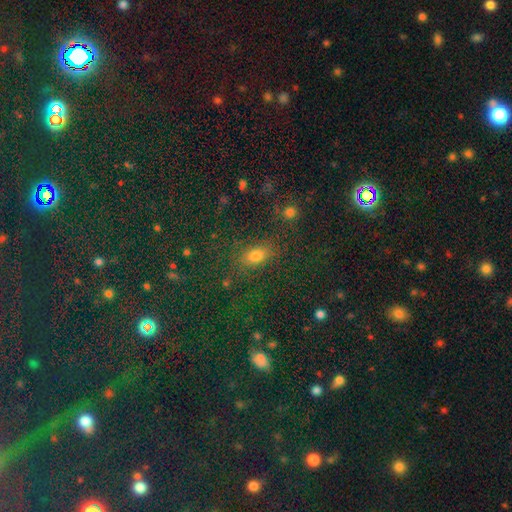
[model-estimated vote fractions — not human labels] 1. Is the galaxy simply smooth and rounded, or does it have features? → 61% smooth, 30% star or artifact, 9% featured or disk.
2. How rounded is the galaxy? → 70% in between, 24% round, 6% cigar-shaped.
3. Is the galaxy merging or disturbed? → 82% none, 11% minor disturbance, 4% major disturbance, 3% merger.